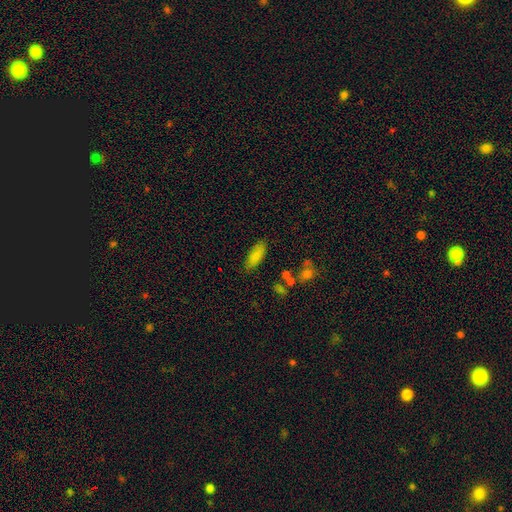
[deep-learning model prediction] Smooth or featured? Predicted: smooth (p=0.84). How rounded? Predicted: in between (p=0.72). Merging? Predicted: none (p=0.80).